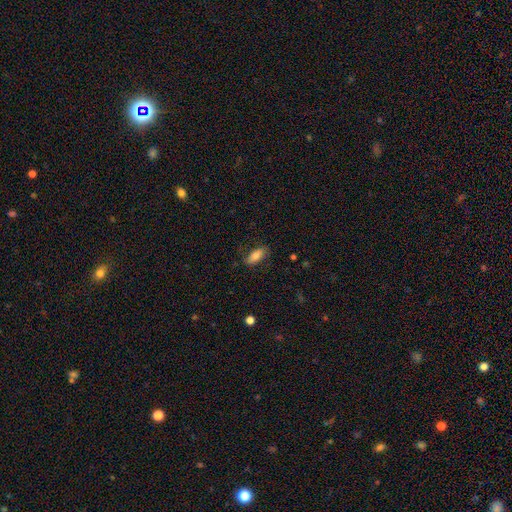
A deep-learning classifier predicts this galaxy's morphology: type=smooth (72%); roundness=in between (79%); merging=none (76%).